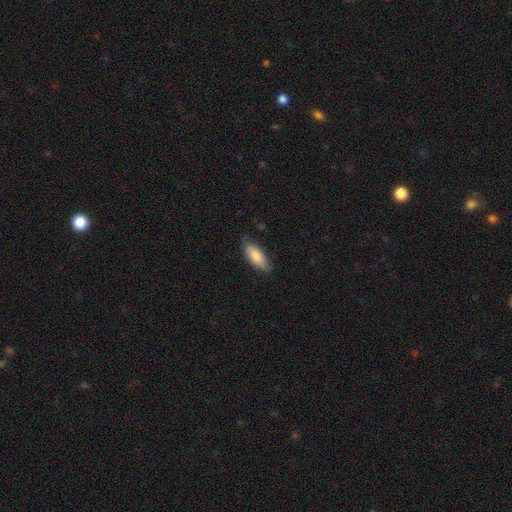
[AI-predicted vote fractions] Smooth or featured? smooth (79%)
How rounded? in between (72%)
Merging? none (77%)